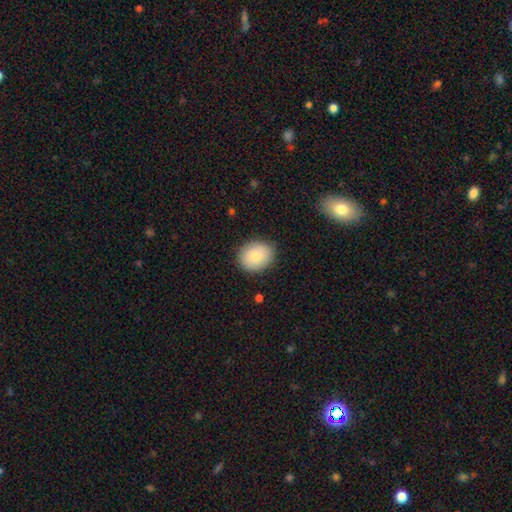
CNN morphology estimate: Smooth or featured? smooth (83%)
How rounded? round (62%)
Merging? none (86%)